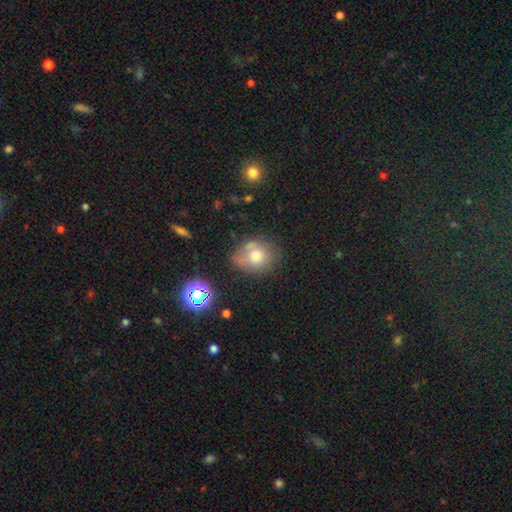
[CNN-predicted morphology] Smooth or featured? smooth (70%)
How rounded? round (61%)
Merging? none (53%)